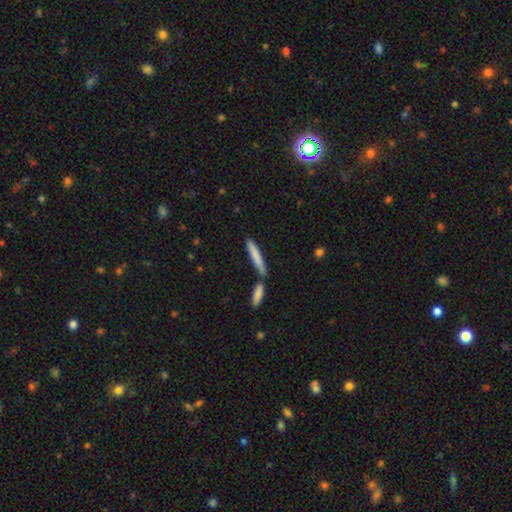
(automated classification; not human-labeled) A smooth galaxy with no disk features (77%) that is cigar-shaped (91%). Merging: none (69%).